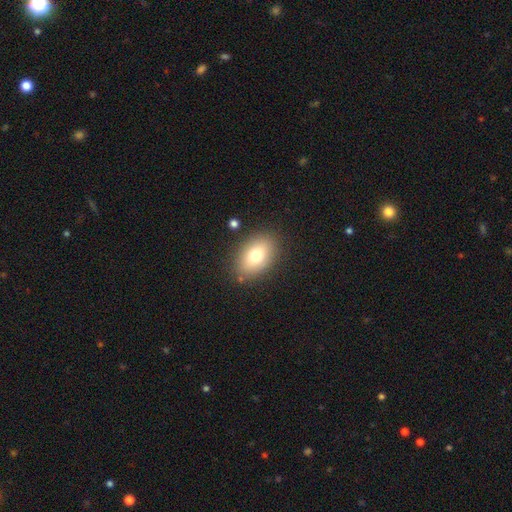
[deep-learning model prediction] Smooth or featured? Predicted: smooth (p=0.76). How rounded? Predicted: in between (p=0.85). Merging? Predicted: none (p=0.84).